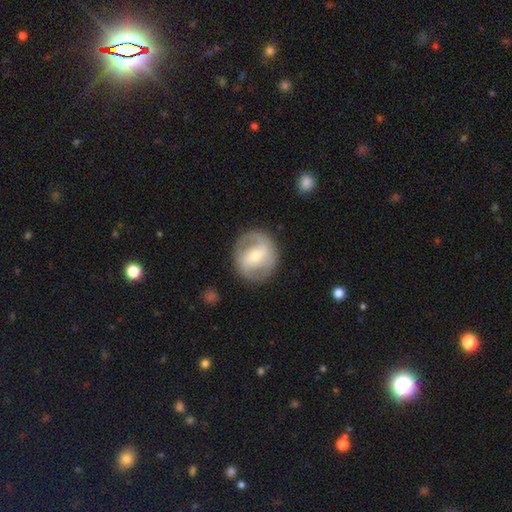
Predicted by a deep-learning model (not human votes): Overall: featured or disk (69%). Edge-on disk: no (96%). Bar: weak (41%; strong 33%). Spiral arms: yes (72%). Bulge size: moderate (55%; small 40%). Merging: none (83%).